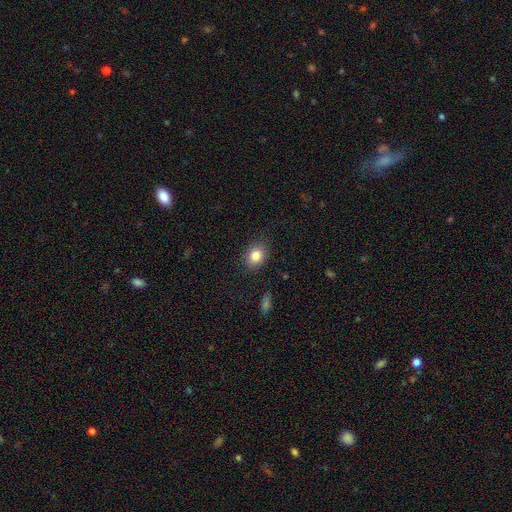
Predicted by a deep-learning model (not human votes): The model was most divided on "how rounded": in between: 58%, round: 41%, cigar-shaped: 1%. More confident: merging — none (85%); smooth or featured — smooth (83%).